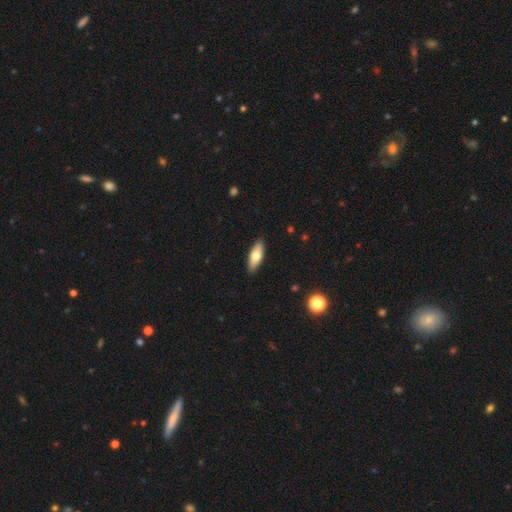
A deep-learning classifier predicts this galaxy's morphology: This is likely a smooth galaxy (67%). How rounded: likely in between (66%). Merging: clearly none (90%).